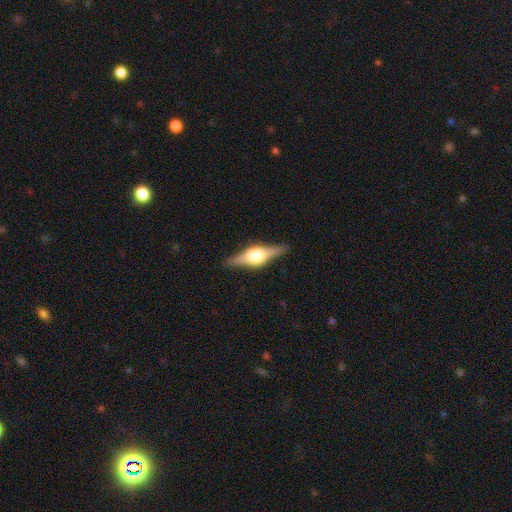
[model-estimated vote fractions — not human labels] smooth_or_featured: featured or disk (p=0.78) [alt: smooth p=0.16]
disk_edge_on: yes (p=0.97) [alt: no p=0.03]
edge_on_bulge: rounded (p=0.90) [alt: boxy p=0.08]
merging: none (p=0.88) [alt: minor disturbance p=0.09]